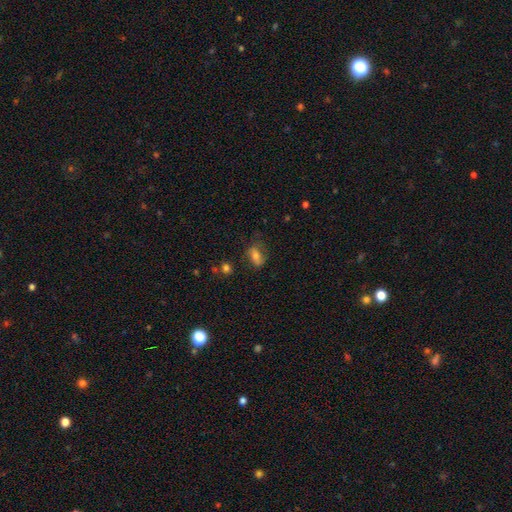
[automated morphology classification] Overall: smooth (62%; featured or disk 25%). How rounded: in between (79%). Merging: none (60%; minor disturbance 25%).